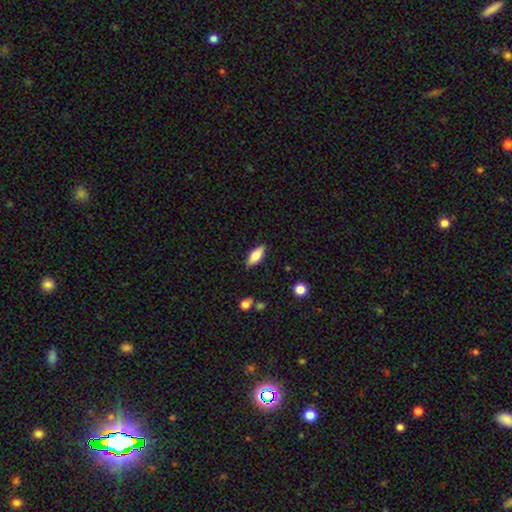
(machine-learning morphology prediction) A smooth galaxy with no disk features (73%) that is in between round and cigar-shaped (79%).

Vote fractions:
- Smooth or featured? smooth: 73% / featured or disk: 20% / star or artifact: 7%
- How rounded? in between: 79% / cigar-shaped: 18% / round: 3%
- Merging? none: 86% / minor disturbance: 10% / major disturbance: 2% / merger: 1%